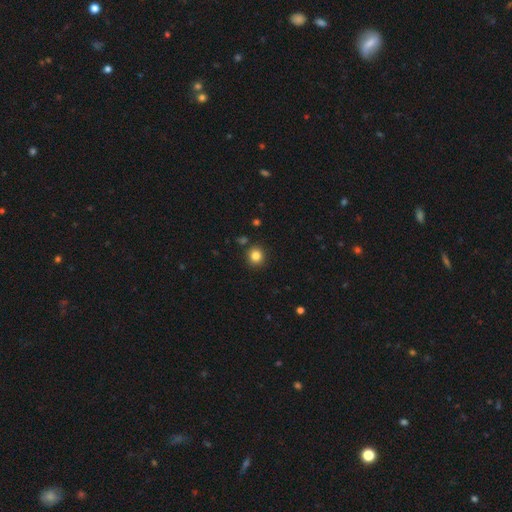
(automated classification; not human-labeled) smooth_or_featured: smooth (p=0.83) [alt: star or artifact p=0.12]
how_rounded: round (p=0.88) [alt: in between p=0.11]
merging: none (p=0.88) [alt: minor disturbance p=0.07]